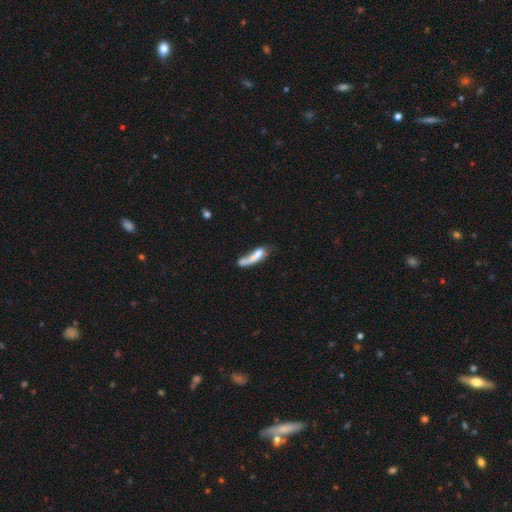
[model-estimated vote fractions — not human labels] This appears to be a smooth galaxy with no disk features (55%) that is cigar-shaped (59%). Merging: merger (33%).